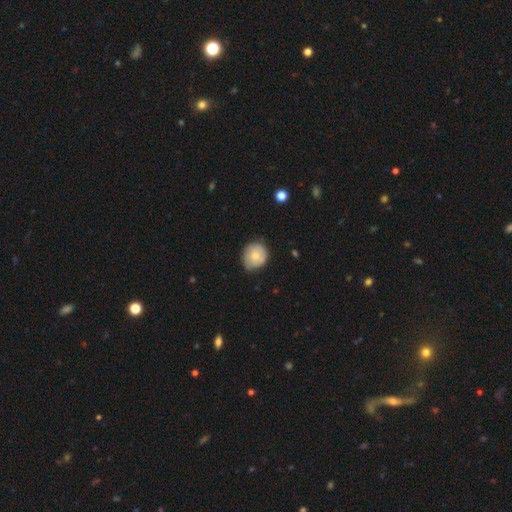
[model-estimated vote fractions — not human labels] Overall: smooth (71%). How rounded: round (80%). Merging: none (69%).